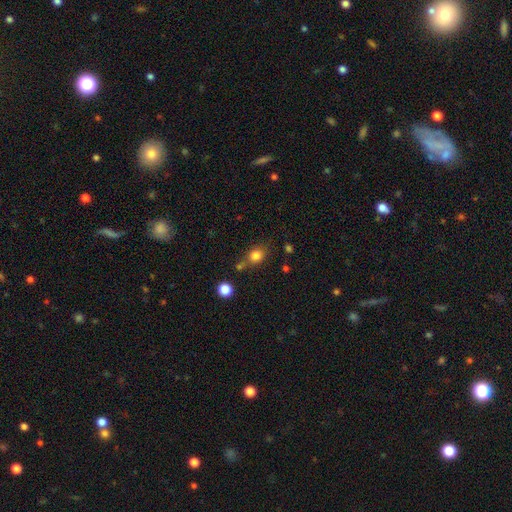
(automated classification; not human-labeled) A smooth galaxy with no disk features (82%) that is round (59%).

Vote fractions:
- Smooth or featured? smooth: 82% / star or artifact: 12% / featured or disk: 6%
- How rounded? round: 59% / in between: 40% / cigar-shaped: 1%
- Merging? none: 64% / minor disturbance: 16% / merger: 14% / major disturbance: 6%